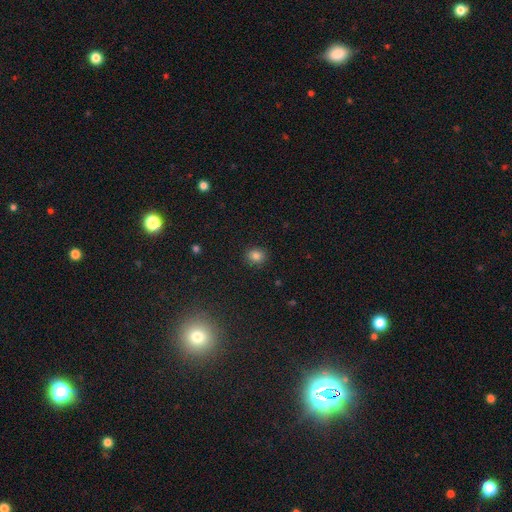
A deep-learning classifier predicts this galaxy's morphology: This appears to be a smooth galaxy with no disk features (83%) that is round (73%). Merging: none (89%).